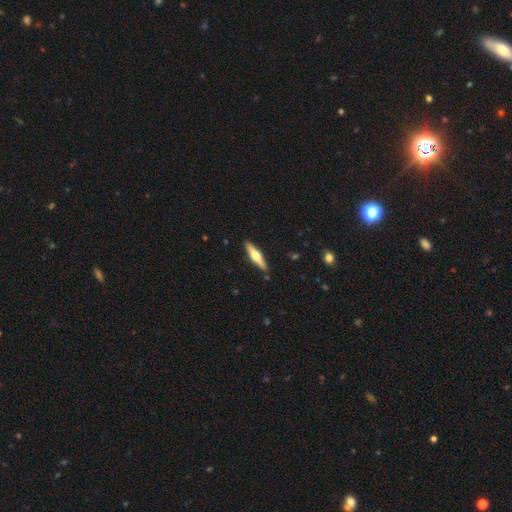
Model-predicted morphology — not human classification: Smooth or featured? featured or disk (57%)
Edge-on disk? yes (95%)
Edge-on bulge? rounded (92%)
Merging? none (89%)